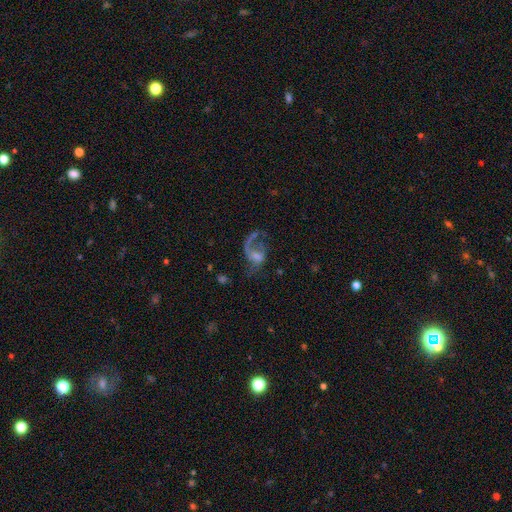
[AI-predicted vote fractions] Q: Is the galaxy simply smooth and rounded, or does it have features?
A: featured or disk — 73%.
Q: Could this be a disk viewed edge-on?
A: no — 97%.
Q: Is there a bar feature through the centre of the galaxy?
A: no — 60%.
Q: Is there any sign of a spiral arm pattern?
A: yes — 86%.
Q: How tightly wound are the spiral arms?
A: loose — 63%.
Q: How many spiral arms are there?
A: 1 — 51%.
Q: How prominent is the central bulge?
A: moderate — 34%, tied with small.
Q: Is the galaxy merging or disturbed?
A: none — 40%.